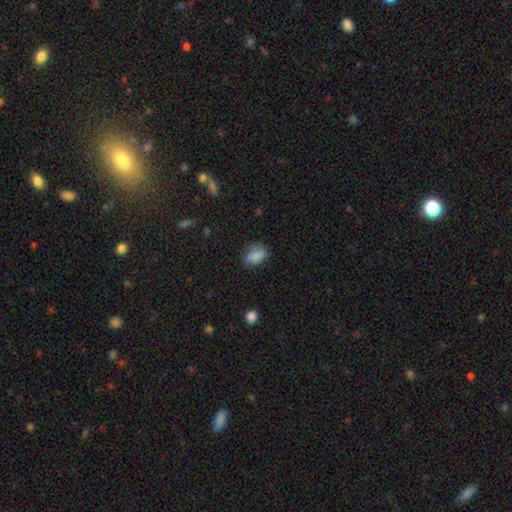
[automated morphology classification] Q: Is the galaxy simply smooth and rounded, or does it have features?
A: smooth — 79%.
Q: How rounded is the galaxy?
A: in between — 80%.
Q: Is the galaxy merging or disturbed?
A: none — 58%.